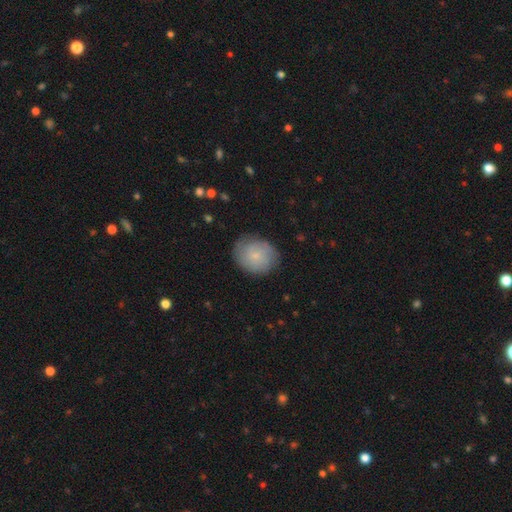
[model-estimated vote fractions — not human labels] Smooth or featured: smooth — 70% (featured or disk — 22%)
How rounded: round — 70% (in between — 29%)
Merging: none — 78% (minor disturbance — 16%)